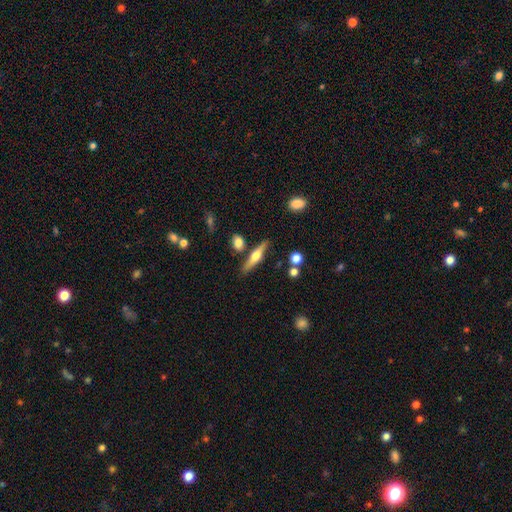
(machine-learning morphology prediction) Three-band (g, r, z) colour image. It shows a featured or disk galaxy (63%) viewed edge-on (96%) with a rounded central bulge (92%). Merging: none (79%).